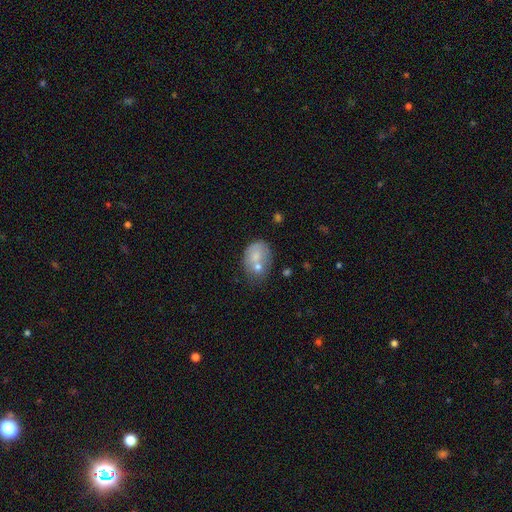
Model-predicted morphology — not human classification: Smooth or featured? Predicted: smooth (p=0.67). How rounded? Predicted: in between (p=0.67). Merging? Predicted: merger (p=0.38).